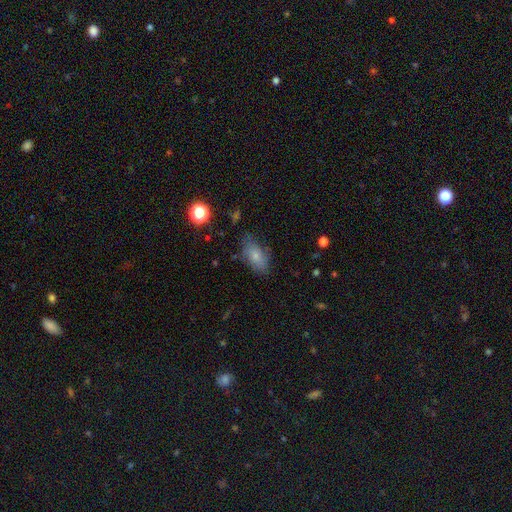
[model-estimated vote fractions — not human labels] This is likely a smooth galaxy (74%). How rounded: clearly in between (90%). Merging: likely none (63%).